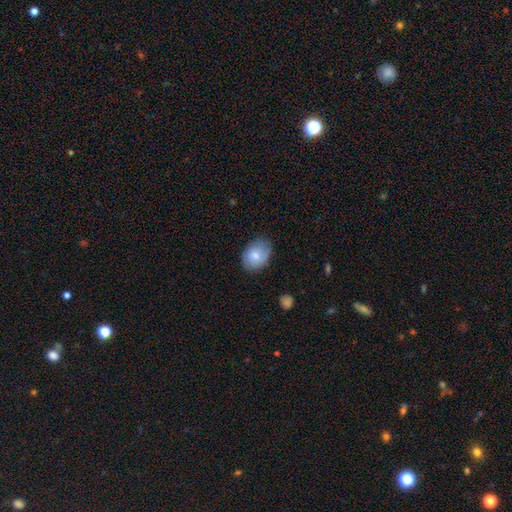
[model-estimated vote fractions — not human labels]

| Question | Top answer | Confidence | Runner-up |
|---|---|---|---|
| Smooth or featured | smooth | 79% | featured or disk (14%) |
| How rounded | in between | 66% | round (33%) |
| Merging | none | 77% | minor disturbance (19%) |